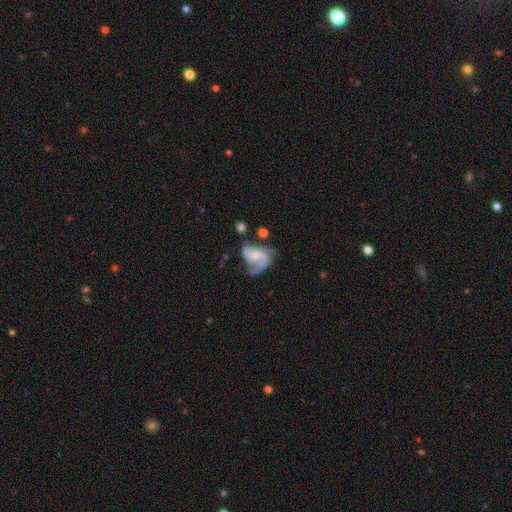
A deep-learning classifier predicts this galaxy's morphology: The model was most divided on "bulge size" (2-way tie): small: 40%, moderate: 40%, none: 14%, large: 4%, dominant: 1%. Remaining: edge-on disk — no (98%); spiral arms — yes (89%); smooth or featured — featured or disk (76%); spiral arm count — 2 (69%); bar — no (50%); spiral winding — medium (48%); merging — none (37%).